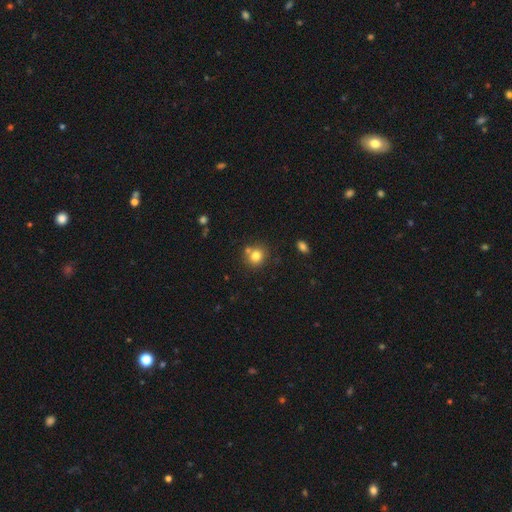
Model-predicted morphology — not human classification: smooth 79%, star or artifact 12%, featured or disk 9%. Down the decision tree: how rounded — round (85%); merging — none (68%).